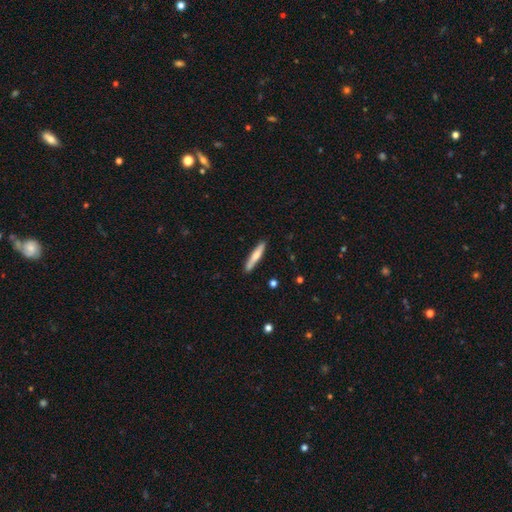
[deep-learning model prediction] Smooth or featured? smooth (64%)
How rounded? cigar-shaped (92%)
Merging? none (88%)